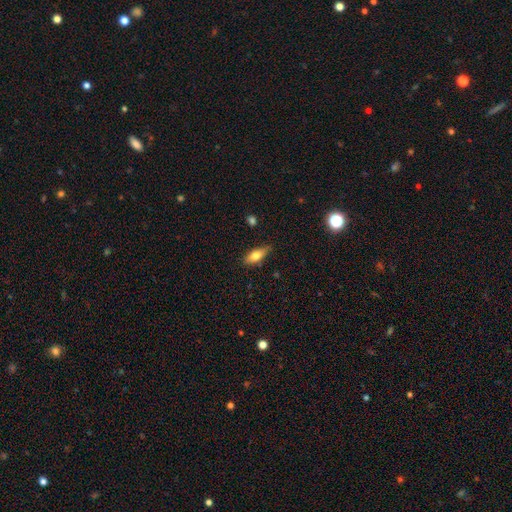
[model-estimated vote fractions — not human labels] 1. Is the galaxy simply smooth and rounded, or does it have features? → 73% smooth, 20% featured or disk, 7% star or artifact.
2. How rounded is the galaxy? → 69% in between, 28% cigar-shaped, 3% round.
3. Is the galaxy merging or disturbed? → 80% none, 15% minor disturbance, 3% major disturbance, 2% merger.